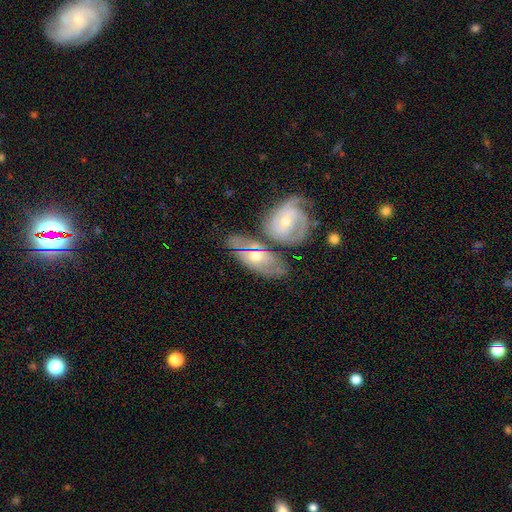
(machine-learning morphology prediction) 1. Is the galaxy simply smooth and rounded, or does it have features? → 70% featured or disk, 24% smooth, 6% star or artifact.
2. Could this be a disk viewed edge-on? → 86% no, 14% yes.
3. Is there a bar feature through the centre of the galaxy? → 63% no, 28% weak, 9% strong.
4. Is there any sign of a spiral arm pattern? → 85% yes, 15% no.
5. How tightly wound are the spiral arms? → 64% tight, 29% medium, 7% loose.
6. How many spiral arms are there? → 36% can't tell, 29% 2, 22% 3, 5% 4, 4% 1, 3% more than 4.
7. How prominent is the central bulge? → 59% moderate, 36% small, 3% large, 1% none, 1% dominant.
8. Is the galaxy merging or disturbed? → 52% none, 28% merger, 15% minor disturbance, 5% major disturbance.